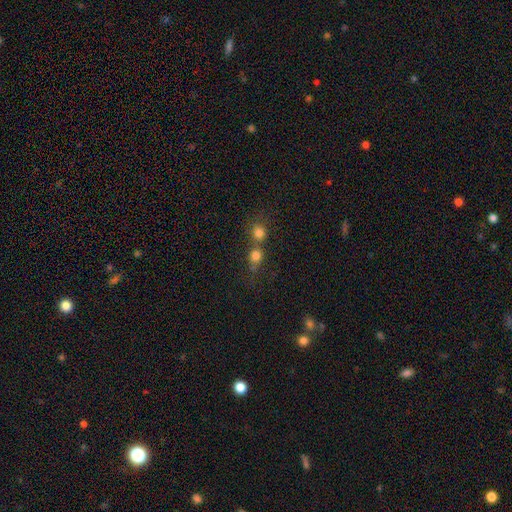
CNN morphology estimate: This is likely a smooth galaxy (75%). How rounded: clearly round (80%). Merging: possibly merger (47%).